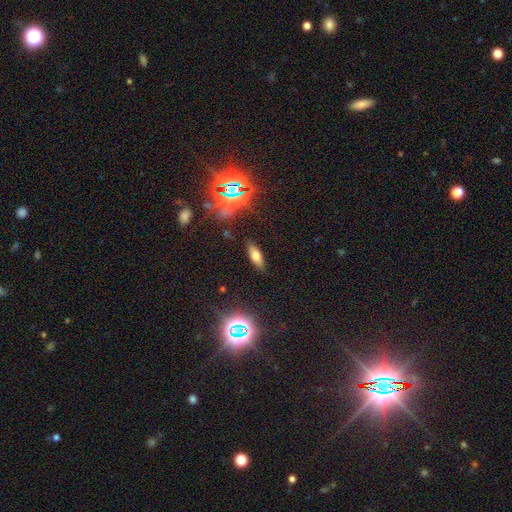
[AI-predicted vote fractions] smooth-or-featured: smooth: 64% | featured or disk: 19% | star or artifact: 18%
  how-rounded: in between: 69% | cigar-shaped: 28% | round: 4%
  merging: none: 85% | minor disturbance: 10% | major disturbance: 3% | merger: 2%